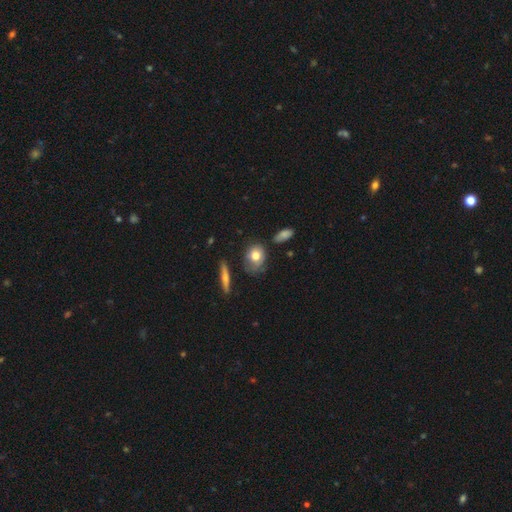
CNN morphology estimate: smooth_or_featured: smooth (p=0.73) [alt: featured or disk p=0.19]
how_rounded: in between (p=0.55) [alt: round p=0.41]
merging: none (p=0.55) [alt: minor disturbance p=0.28]